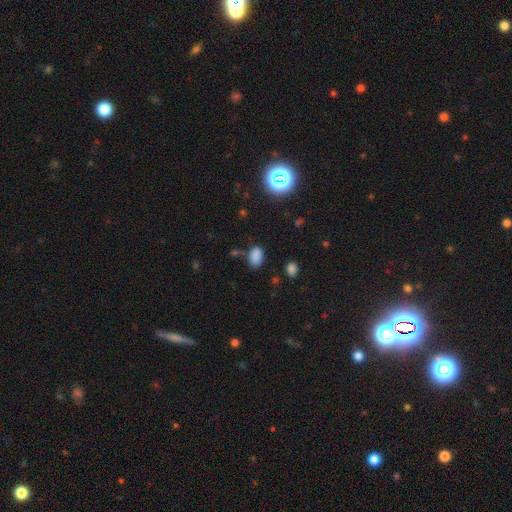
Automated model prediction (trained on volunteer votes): smooth_or_featured: smooth (p=0.82) [alt: star or artifact p=0.14]
how_rounded: in between (p=0.89) [alt: round p=0.10]
merging: none (p=0.71) [alt: minor disturbance p=0.18]